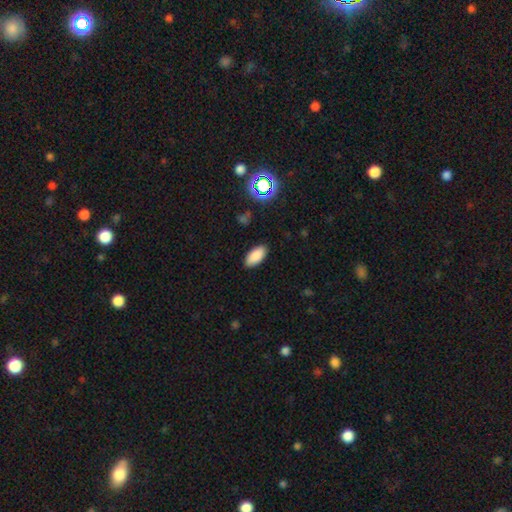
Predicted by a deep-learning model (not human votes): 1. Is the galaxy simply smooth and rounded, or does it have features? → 87% smooth, 9% star or artifact, 5% featured or disk.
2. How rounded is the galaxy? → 93% in between, 5% cigar-shaped, 2% round.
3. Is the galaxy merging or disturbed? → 89% none, 8% minor disturbance, 2% major disturbance, 1% merger.